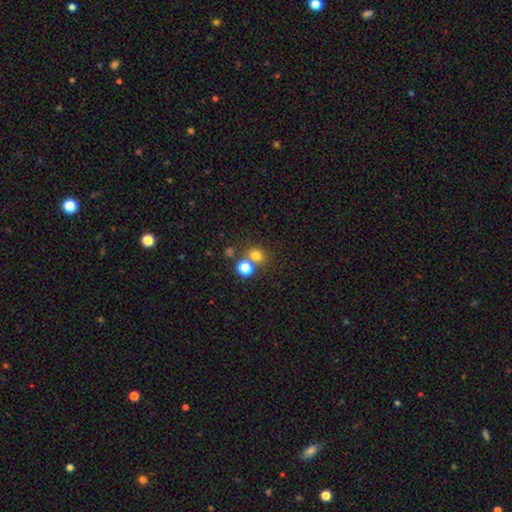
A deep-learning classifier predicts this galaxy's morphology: smooth-or-featured: smooth: 73% | star or artifact: 19% | featured or disk: 7%
  how-rounded: round: 79% | in between: 20% | cigar-shaped: 1%
  merging: none: 65% | merger: 23% | minor disturbance: 8% | major disturbance: 4%